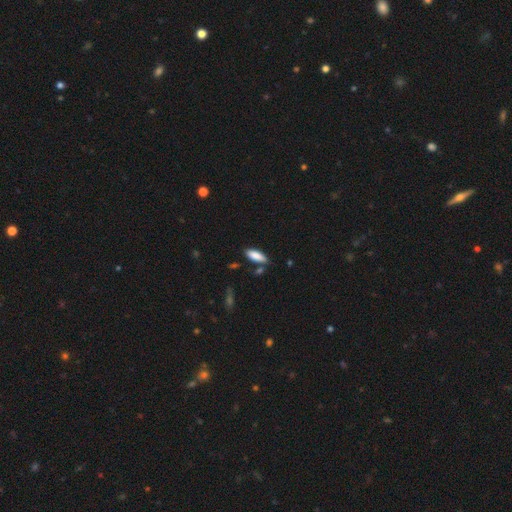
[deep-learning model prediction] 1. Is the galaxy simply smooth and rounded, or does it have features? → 85% smooth, 9% featured or disk, 6% star or artifact.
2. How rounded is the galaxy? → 69% in between, 29% cigar-shaped, 2% round.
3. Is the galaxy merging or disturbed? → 77% none, 15% minor disturbance, 5% merger, 3% major disturbance.